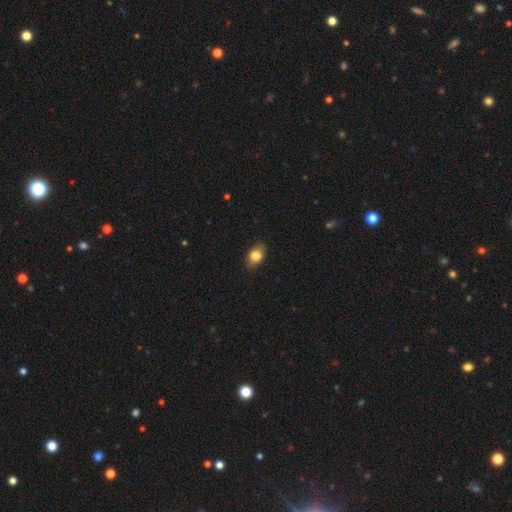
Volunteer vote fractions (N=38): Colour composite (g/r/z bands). It shows a smooth galaxy with no disk features (71%) that is in between round and cigar-shaped (81%). Merging: none (83%).